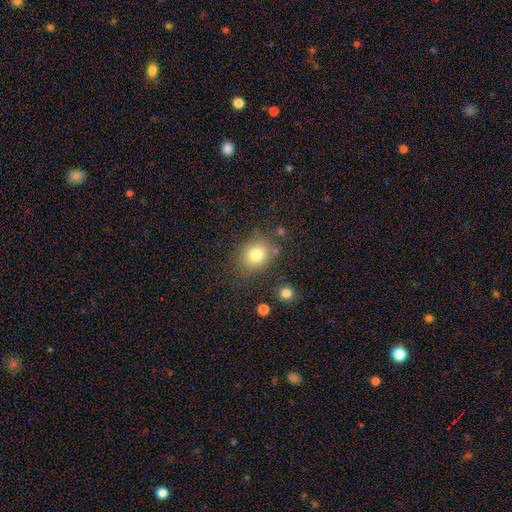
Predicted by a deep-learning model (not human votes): Smooth or featured?
  - smooth: 72% *
  - star or artifact: 19%
  - featured or disk: 9%
How rounded?
  - round: 68% *
  - in between: 31%
  - cigar-shaped: 1%
Merging?
  - none: 82% *
  - minor disturbance: 10%
  - merger: 5%
  - major disturbance: 3%